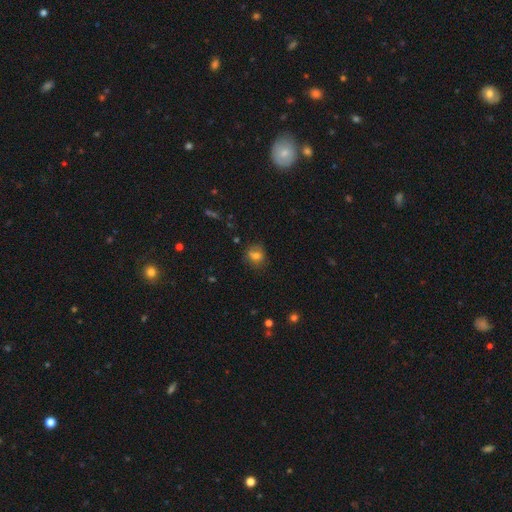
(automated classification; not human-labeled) Smooth or featured? smooth (69%)
How rounded? round (67%)
Merging? none (70%)